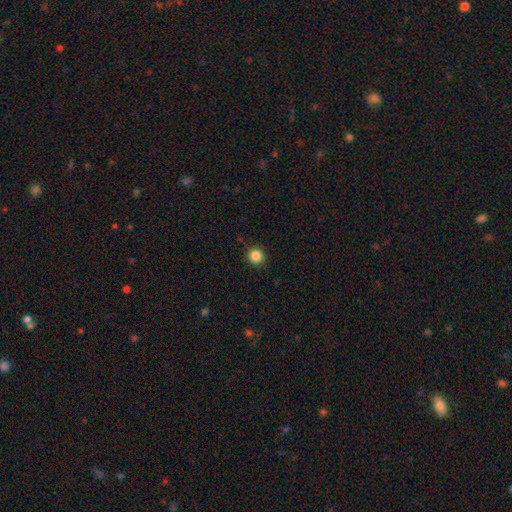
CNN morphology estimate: Q: Smooth or featured?
A: smooth (86%); runner-up: star or artifact (11%)
Q: How rounded?
A: round (95%); runner-up: in between (4%)
Q: Merging?
A: none (91%); runner-up: minor disturbance (6%)